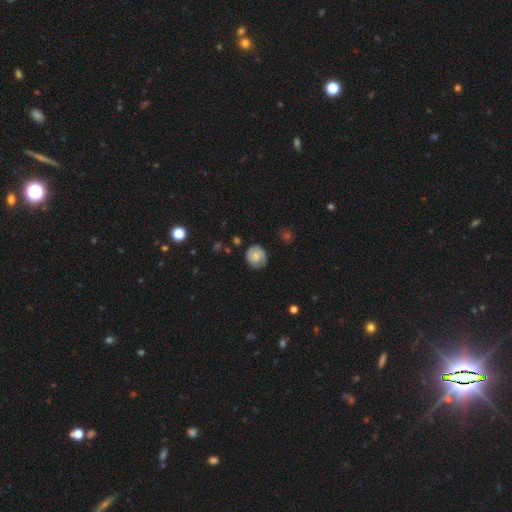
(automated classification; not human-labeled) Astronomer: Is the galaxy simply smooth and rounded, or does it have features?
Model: smooth — 55% (runner-up: featured or disk, 37%).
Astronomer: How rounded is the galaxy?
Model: round — 78%.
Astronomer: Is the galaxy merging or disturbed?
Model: none — 75%.